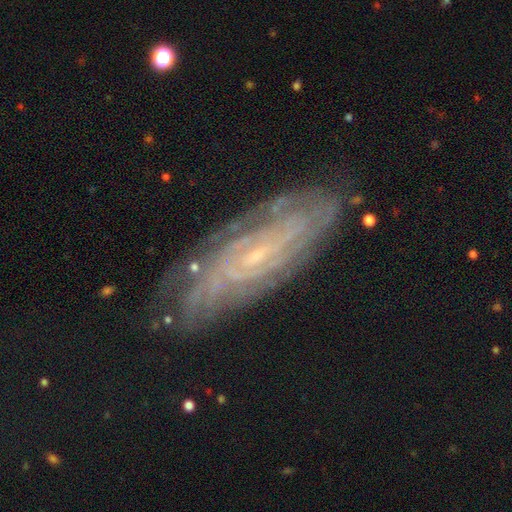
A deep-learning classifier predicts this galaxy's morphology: type=featured or disk (79%); edge-on=no (81%); bar=no (60%); spiral arms=yes (88%); winding=tight (72%); arm count=can't tell (58%); bulge=small (83%); merging=none (79%).